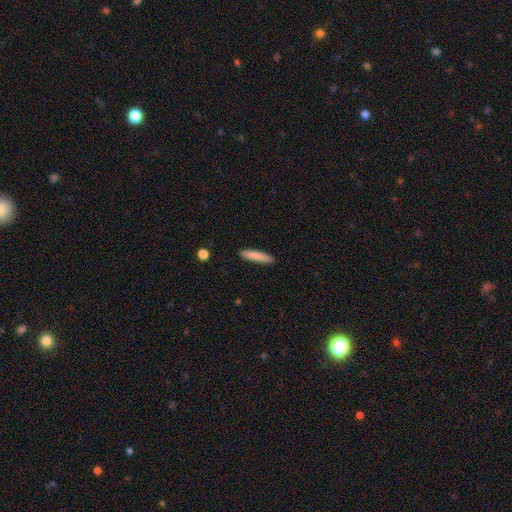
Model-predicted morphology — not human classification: This is clearly a smooth galaxy (84%). How rounded: clearly cigar-shaped (88%). Merging: clearly none (90%).